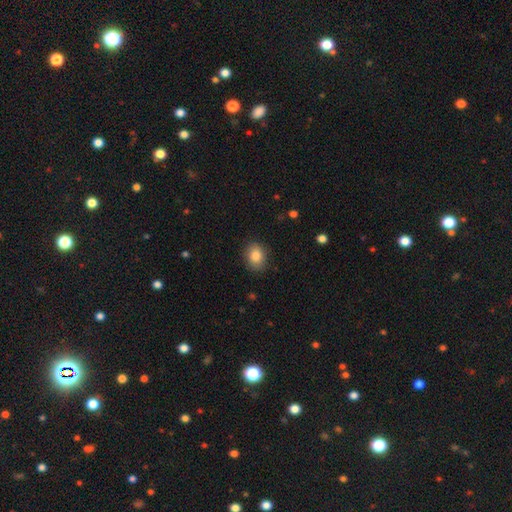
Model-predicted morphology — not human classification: A smooth galaxy with no disk features (85%) that is in between round and cigar-shaped (54%).

Vote fractions:
- Smooth or featured? smooth: 85% / star or artifact: 8% / featured or disk: 6%
- How rounded? in between: 54% / round: 46% / cigar-shaped: 1%
- Merging? none: 85% / minor disturbance: 11% / major disturbance: 3% / merger: 1%